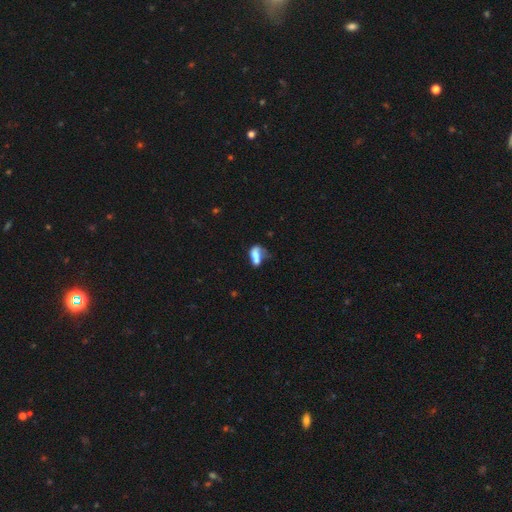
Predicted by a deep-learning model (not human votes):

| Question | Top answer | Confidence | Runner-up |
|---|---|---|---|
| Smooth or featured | smooth | 62% | featured or disk (27%) |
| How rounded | in between | 79% | cigar-shaped (11%) |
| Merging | merger | 47% | none (19%) |